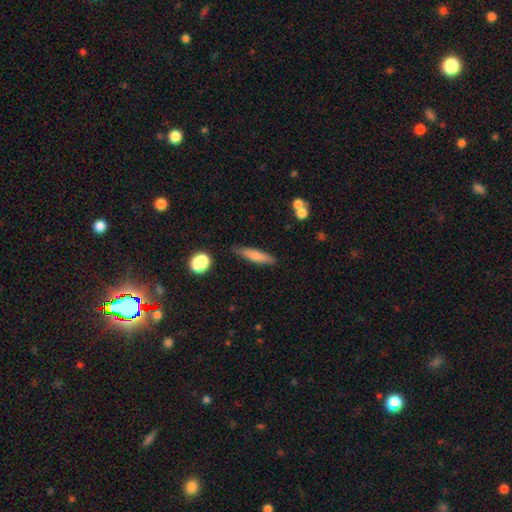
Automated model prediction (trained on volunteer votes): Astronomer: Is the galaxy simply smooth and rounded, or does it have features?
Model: smooth — 74%.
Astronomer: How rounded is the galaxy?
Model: cigar-shaped — 79%.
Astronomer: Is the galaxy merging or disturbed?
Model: none — 82%.